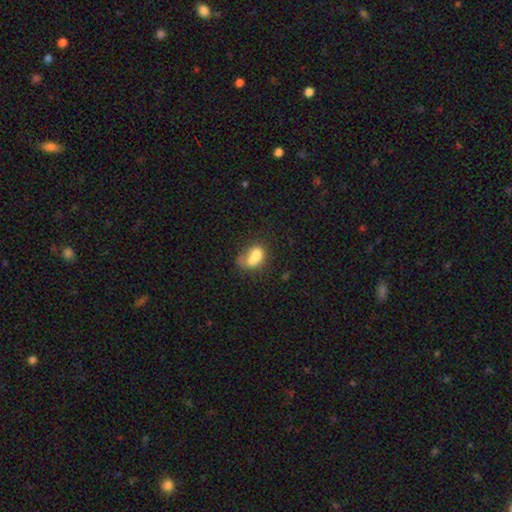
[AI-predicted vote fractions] Smooth or featured?
  - smooth: 67% *
  - featured or disk: 23%
  - star or artifact: 10%
How rounded?
  - in between: 66% *
  - round: 33%
  - cigar-shaped: 2%
Merging?
  - merger: 54% *
  - none: 22%
  - minor disturbance: 13%
  - major disturbance: 11%